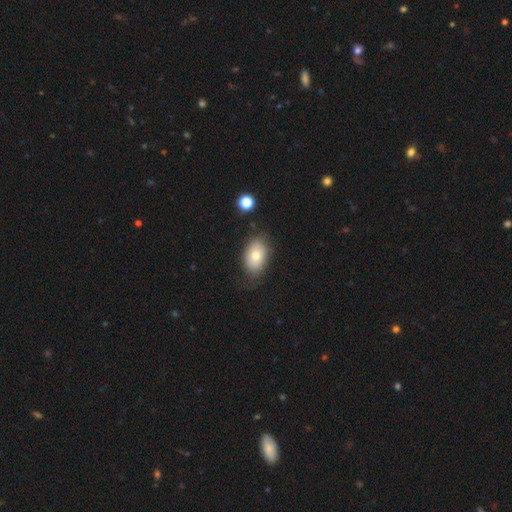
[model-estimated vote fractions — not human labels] smooth 75%, featured or disk 17%, star or artifact 8%. Down the decision tree: how rounded — in between (88%); merging — none (72%).